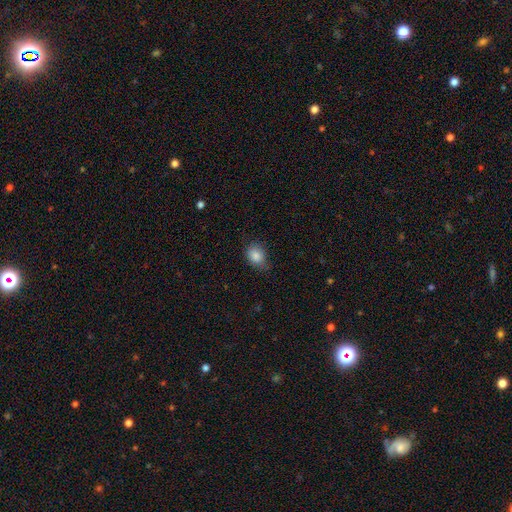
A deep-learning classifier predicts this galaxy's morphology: A smooth galaxy with no disk features (86%) that is in between round and cigar-shaped (59%).

Vote fractions:
- Smooth or featured? smooth: 86% / star or artifact: 9% / featured or disk: 5%
- How rounded? in between: 59% / round: 40% / cigar-shaped: 1%
- Merging? none: 70% / minor disturbance: 24% / major disturbance: 5% / merger: 1%